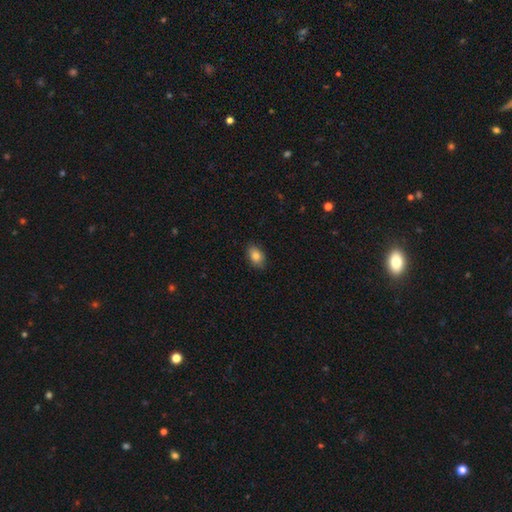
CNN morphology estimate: Smooth or featured?
  - smooth: 84% *
  - star or artifact: 8%
  - featured or disk: 8%
How rounded?
  - in between: 86% *
  - round: 12%
  - cigar-shaped: 2%
Merging?
  - none: 86% *
  - minor disturbance: 11%
  - major disturbance: 2%
  - merger: 1%